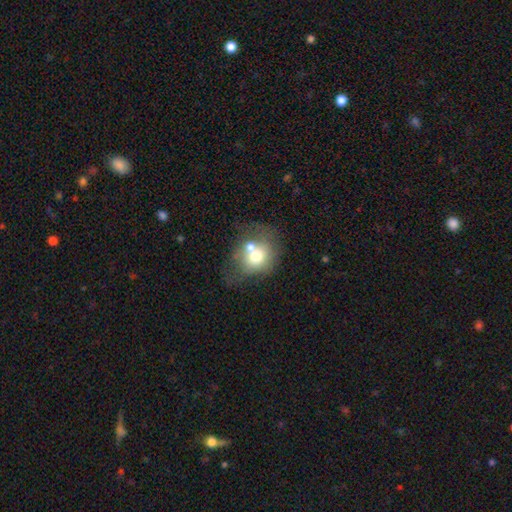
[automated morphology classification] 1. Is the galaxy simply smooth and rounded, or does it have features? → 64% smooth, 26% featured or disk, 10% star or artifact.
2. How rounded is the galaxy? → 62% round, 37% in between, 1% cigar-shaped.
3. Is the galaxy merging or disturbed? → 38% none, 37% merger, 15% minor disturbance, 9% major disturbance.